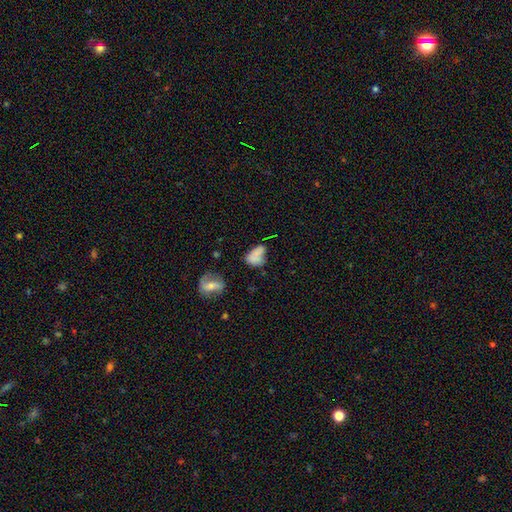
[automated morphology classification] Smooth or featured? Predicted: smooth (p=0.67). How rounded? Predicted: in between (p=0.82). Merging? Predicted: none (p=0.34).